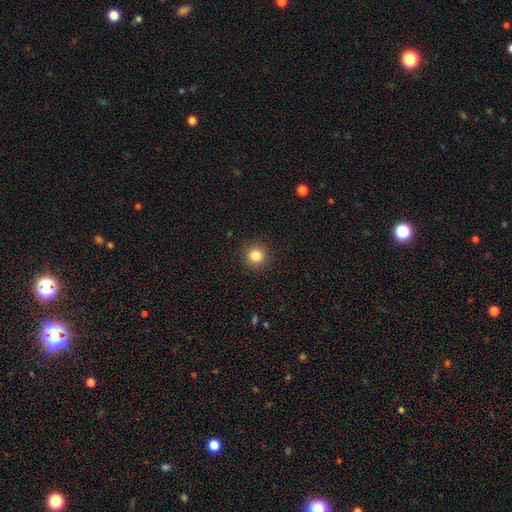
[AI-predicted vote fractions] Smooth or featured: smooth — 84% (star or artifact — 11%)
How rounded: round — 95% (in between — 4%)
Merging: none — 91% (minor disturbance — 6%)